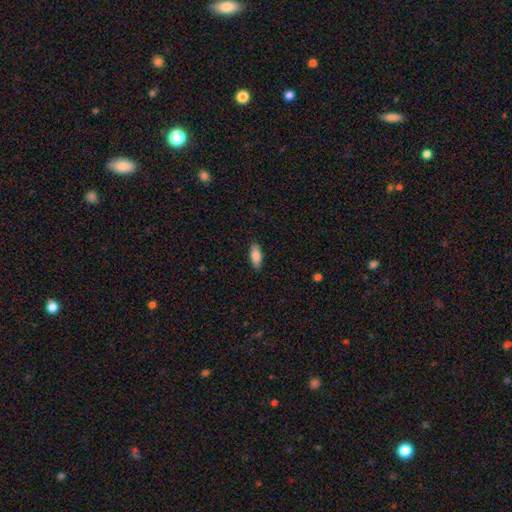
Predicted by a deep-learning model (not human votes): Morphology: type=smooth (84%); roundness=in between (80%); merging=none (88%).